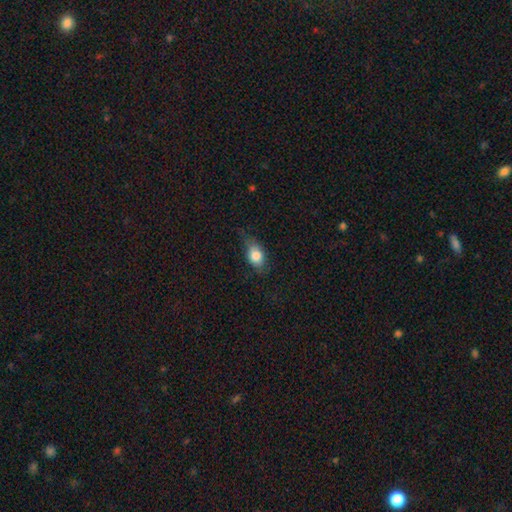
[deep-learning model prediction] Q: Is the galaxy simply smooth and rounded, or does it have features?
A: smooth — 80%.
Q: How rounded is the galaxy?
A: in between — 78%.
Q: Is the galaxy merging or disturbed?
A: none — 58%.